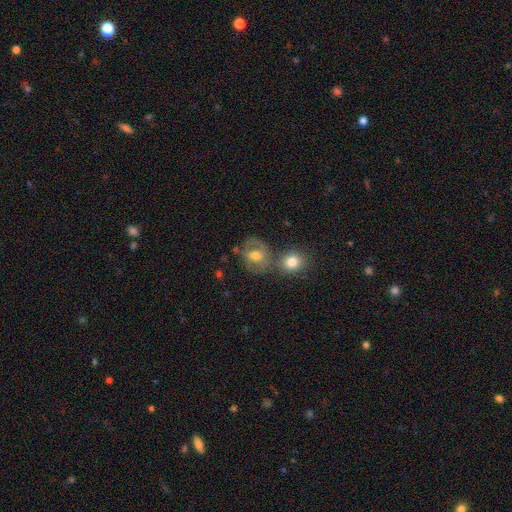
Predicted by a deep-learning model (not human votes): smooth-or-featured: smooth: 46% | featured or disk: 45% | star or artifact: 10%
  merging: none: 49% | merger: 28% | minor disturbance: 15% | major disturbance: 8%